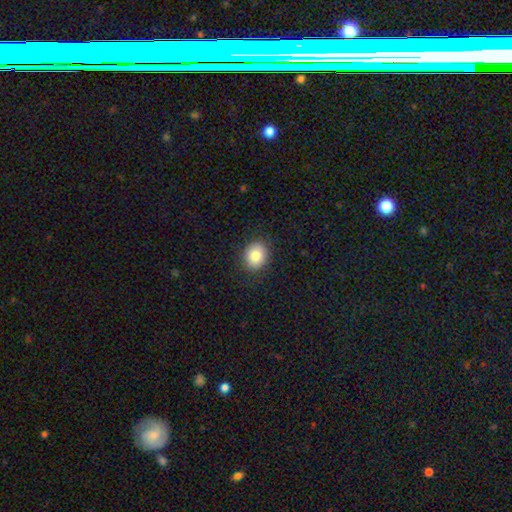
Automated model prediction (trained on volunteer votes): A smooth galaxy with no disk features (82%) that is round (63%). Merging: none (89%).